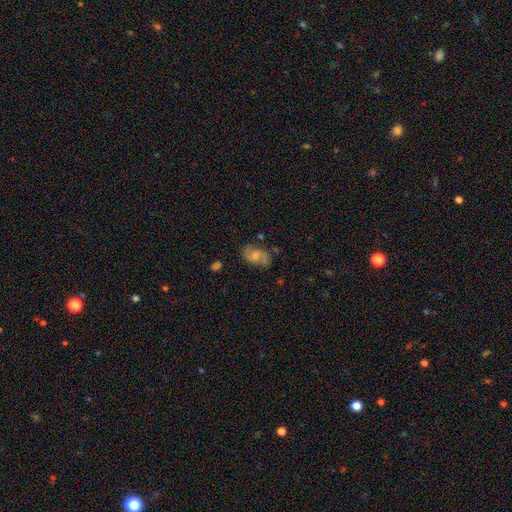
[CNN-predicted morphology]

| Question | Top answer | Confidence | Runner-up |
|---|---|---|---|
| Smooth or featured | featured or disk | 49% | smooth (41%) |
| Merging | none | 64% | minor disturbance (22%) |